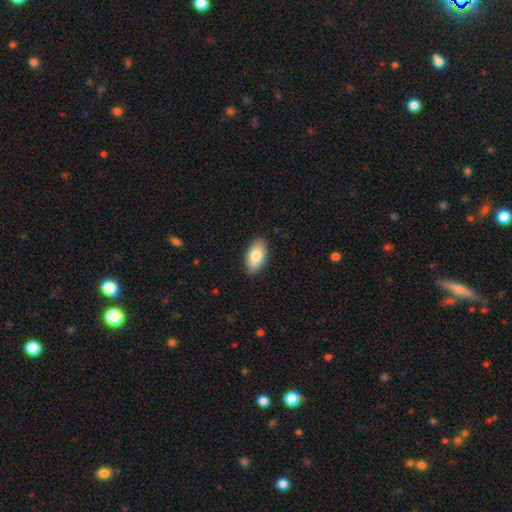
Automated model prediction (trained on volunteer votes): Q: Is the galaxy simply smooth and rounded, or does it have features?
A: smooth — 81%.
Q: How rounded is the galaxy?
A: in between — 93%.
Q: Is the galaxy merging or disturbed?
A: none — 88%.